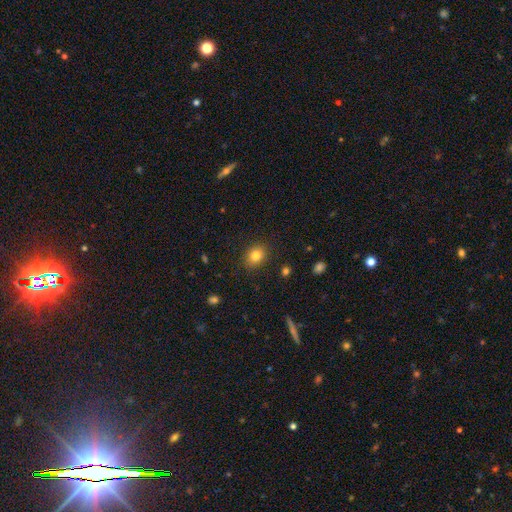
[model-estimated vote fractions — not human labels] Overall: smooth (82%). How rounded: in between (57%; round 42%). Merging: none (87%).